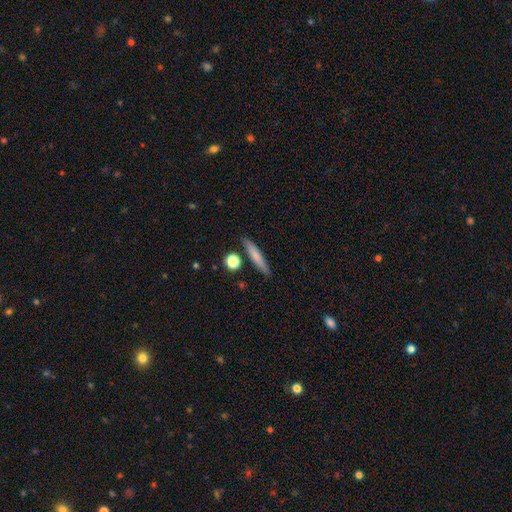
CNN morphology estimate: smooth_or_featured: smooth (p=0.71) [alt: featured or disk p=0.22]
how_rounded: cigar-shaped (p=0.89) [alt: in between p=0.08]
merging: none (p=0.84) [alt: minor disturbance p=0.09]